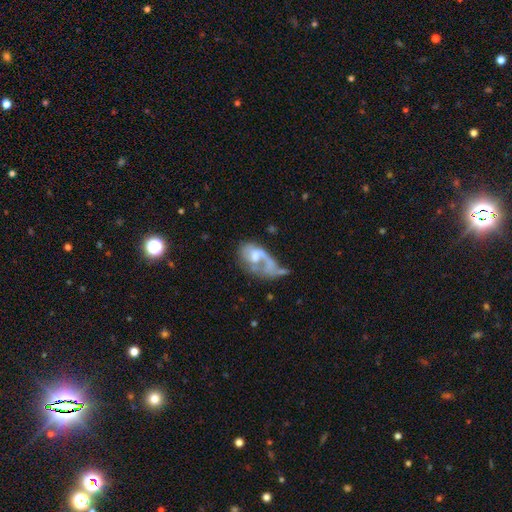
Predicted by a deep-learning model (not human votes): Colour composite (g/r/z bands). It shows a featured or disk galaxy (62%) with no bar (75%), no spiral arms (50%, tied with yes) and a moderate central bulge (38%). Merging: major disturbance (38%).